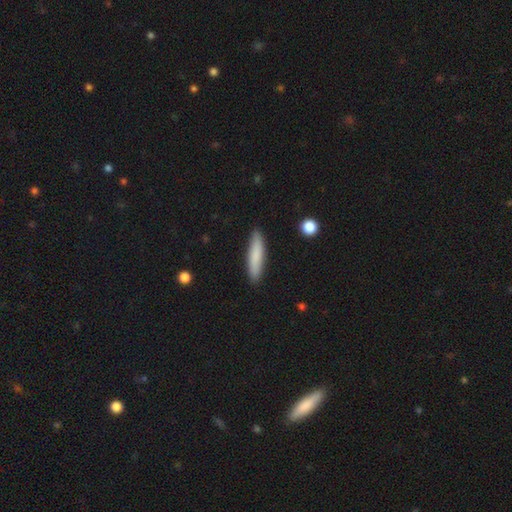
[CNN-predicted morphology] A smooth galaxy with no disk features (81%) that is cigar-shaped (83%). Merging: none (89%).